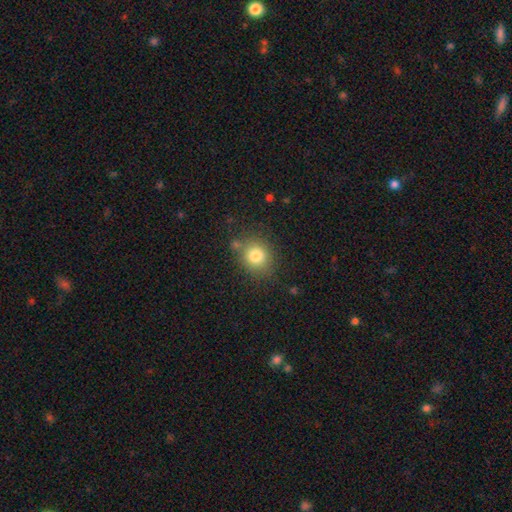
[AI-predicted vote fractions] A smooth galaxy with no disk features (80%) that is round (76%).

Vote fractions:
- Smooth or featured? smooth: 80% / star or artifact: 12% / featured or disk: 9%
- How rounded? round: 76% / in between: 23% / cigar-shaped: 1%
- Merging? none: 78% / minor disturbance: 13% / merger: 5% / major disturbance: 4%